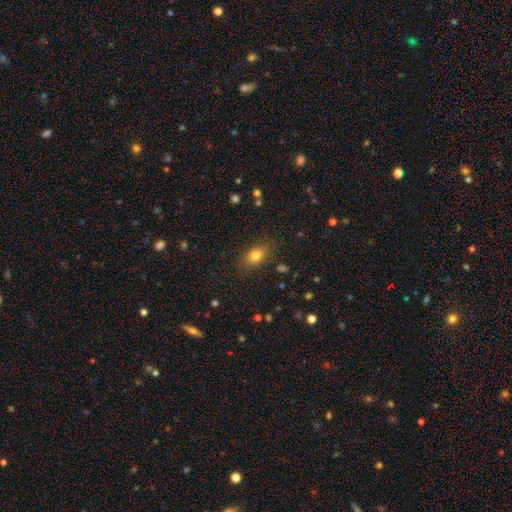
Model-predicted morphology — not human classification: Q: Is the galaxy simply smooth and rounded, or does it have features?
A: smooth — 79%.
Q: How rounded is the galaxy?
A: in between — 72%.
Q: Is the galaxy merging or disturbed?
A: none — 82%.